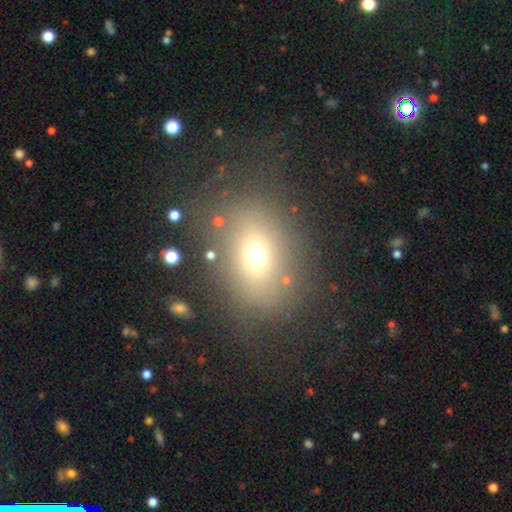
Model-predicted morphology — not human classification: This is likely a smooth galaxy (65%). How rounded: possibly in between (55%). Merging: likely none (75%).